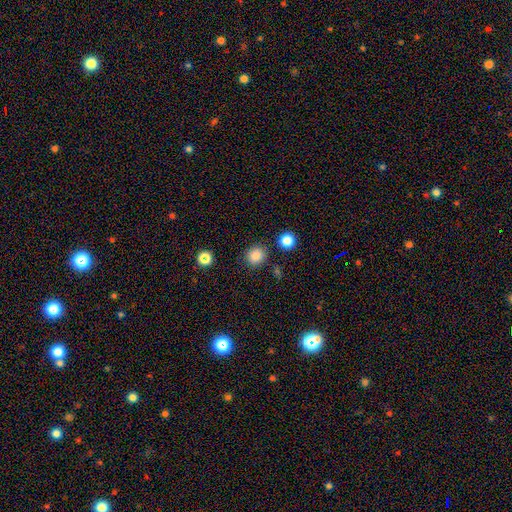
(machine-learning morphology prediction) Q: Smooth or featured?
A: smooth (83%); runner-up: star or artifact (12%)
Q: How rounded?
A: round (88%); runner-up: in between (11%)
Q: Merging?
A: none (87%); runner-up: minor disturbance (7%)